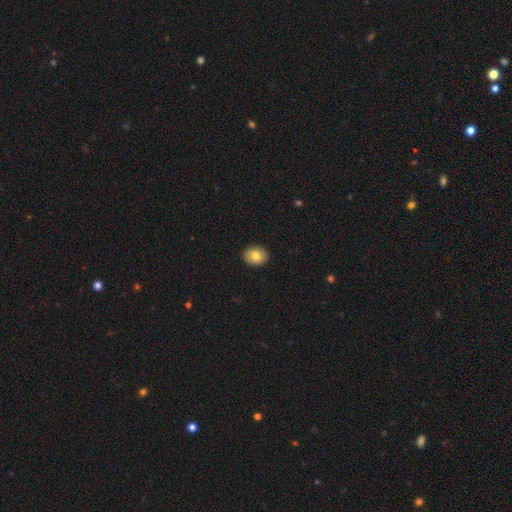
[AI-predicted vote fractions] Smooth or featured: smooth — 79% (featured or disk — 12%)
How rounded: round — 69% (in between — 30%)
Merging: none — 91% (minor disturbance — 6%)